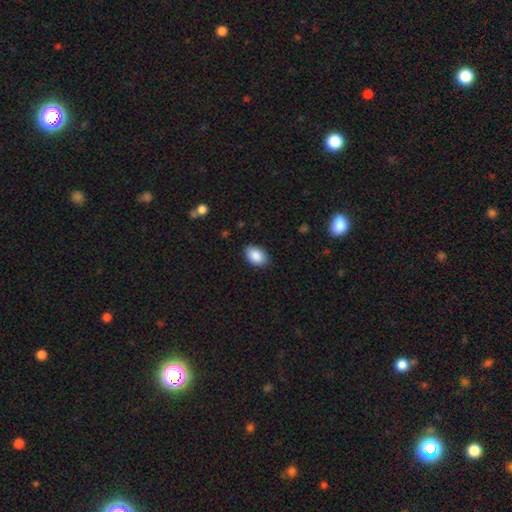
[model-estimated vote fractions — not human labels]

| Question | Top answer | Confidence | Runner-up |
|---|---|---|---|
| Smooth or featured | smooth | 89% | star or artifact (7%) |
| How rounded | in between | 89% | round (10%) |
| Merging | none | 86% | minor disturbance (11%) |